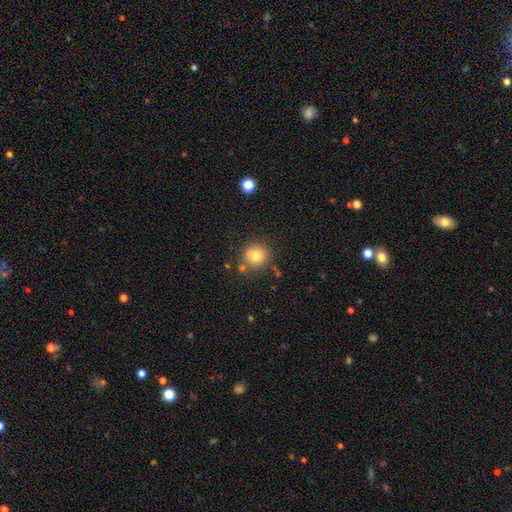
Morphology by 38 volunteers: This is likely a smooth galaxy (79%). How rounded: clearly round (90%). Merging: likely none (66%).